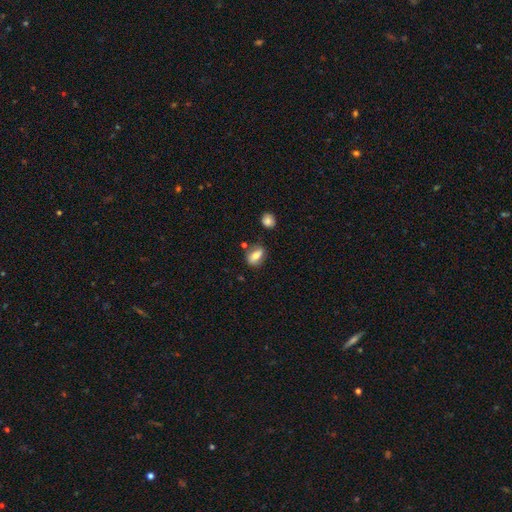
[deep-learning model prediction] The model was most divided on "smooth or featured": smooth: 69%, featured or disk: 22%, star or artifact: 9%. More confident: how rounded — in between (75%); merging — none (69%).